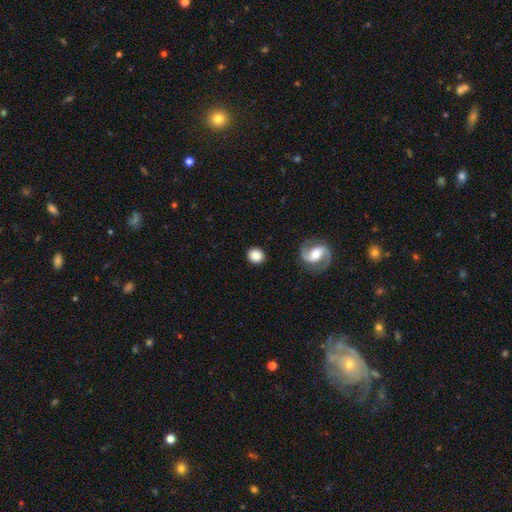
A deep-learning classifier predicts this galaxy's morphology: Overall: smooth (81%). How rounded: round (88%). Merging: none (89%).